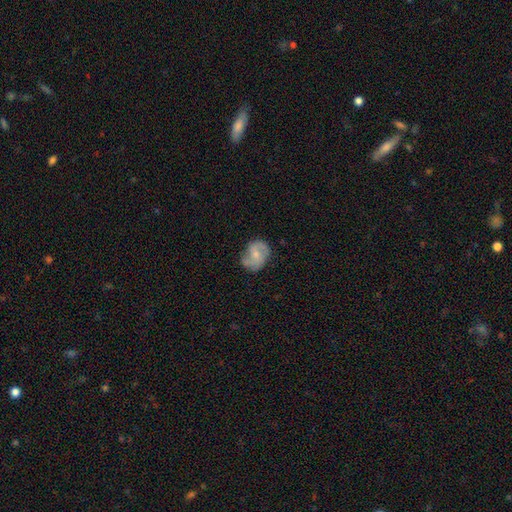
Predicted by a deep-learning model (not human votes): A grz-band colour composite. It shows a featured or disk galaxy (53%) with no bar (53%), spiral arms (78%) and a small central bulge (53%). Merging: none (58%).